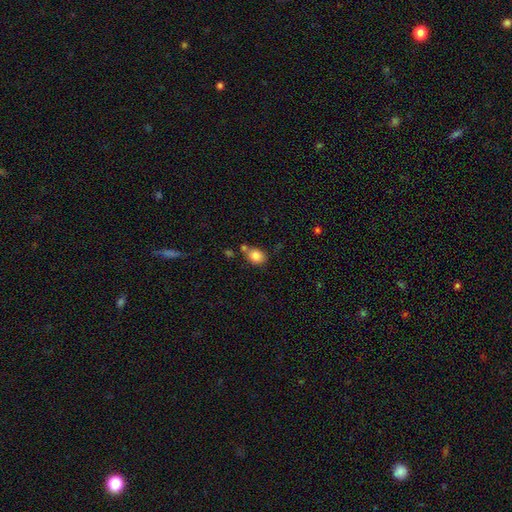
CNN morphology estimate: smooth-or-featured: smooth: 85% | star or artifact: 9% | featured or disk: 6%
  how-rounded: in between: 54% | round: 45% | cigar-shaped: 1%
  merging: none: 60% | merger: 19% | minor disturbance: 16% | major disturbance: 5%